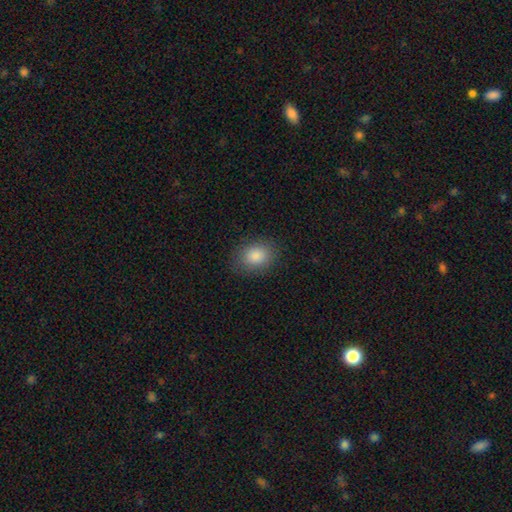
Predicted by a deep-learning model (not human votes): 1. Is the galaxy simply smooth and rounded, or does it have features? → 85% smooth, 9% star or artifact, 6% featured or disk.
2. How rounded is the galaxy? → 66% in between, 33% round, 1% cigar-shaped.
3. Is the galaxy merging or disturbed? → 86% none, 10% minor disturbance, 3% major disturbance, 1% merger.